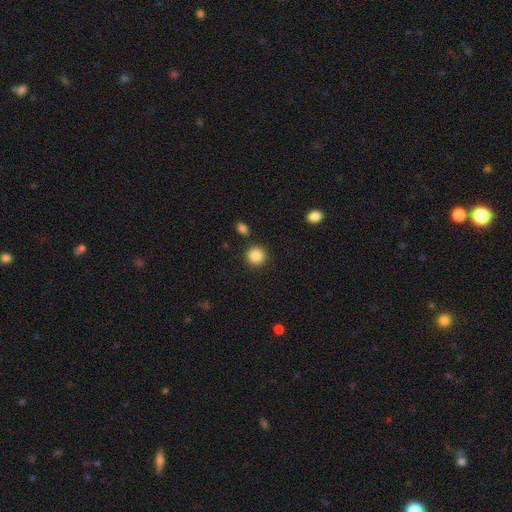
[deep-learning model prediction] A smooth galaxy with no disk features (88%) that is round (93%).

Vote fractions:
- Smooth or featured? smooth: 88% / star or artifact: 9% / featured or disk: 4%
- How rounded? round: 93% / in between: 6% / cigar-shaped: 1%
- Merging? none: 88% / minor disturbance: 6% / merger: 3% / major disturbance: 2%